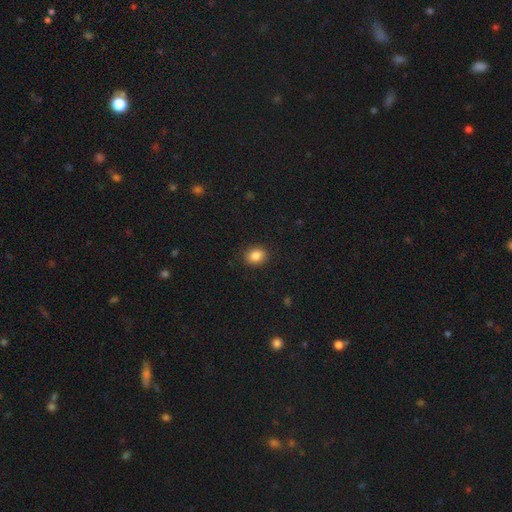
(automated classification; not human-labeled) Smooth or featured?
  - smooth: 85% *
  - star or artifact: 10%
  - featured or disk: 5%
How rounded?
  - round: 50% *
  - in between: 49%
  - cigar-shaped: 1%
Merging?
  - none: 89% *
  - minor disturbance: 8%
  - major disturbance: 2%
  - merger: 1%